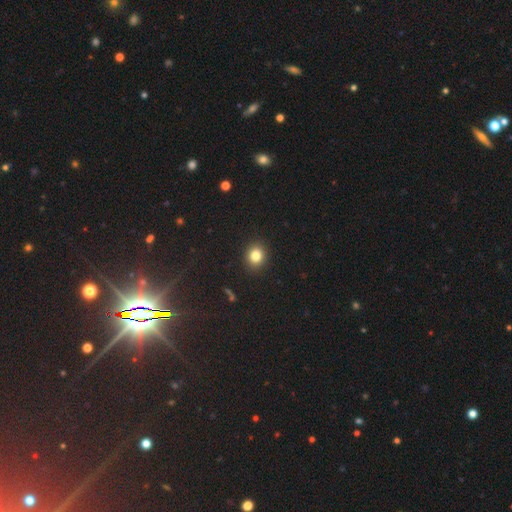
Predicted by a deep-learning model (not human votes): Morphology: type=smooth (82%); roundness=round (73%); merging=none (91%).